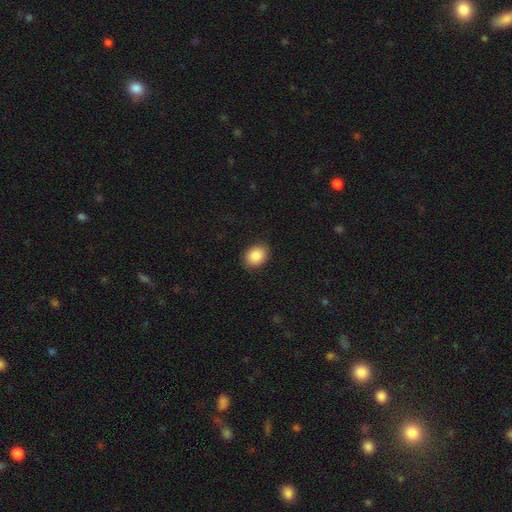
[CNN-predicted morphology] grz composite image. It shows a smooth galaxy with no disk features (87%) that is round (50%). Merging: none (86%).